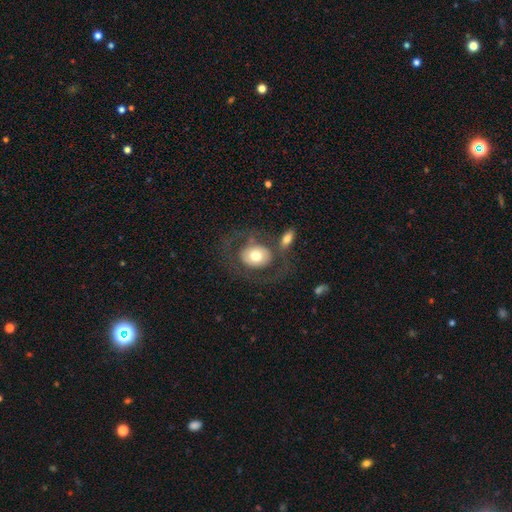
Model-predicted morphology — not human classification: smooth_or_featured: smooth (p=0.56) [alt: featured or disk p=0.37]
how_rounded: in between (p=0.54) [alt: round p=0.45]
merging: none (p=0.58) [alt: major disturbance p=0.16]